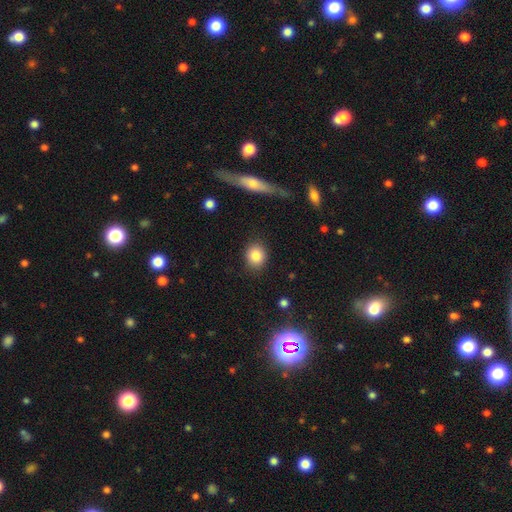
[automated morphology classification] The model was most divided on "how rounded": round: 72%, in between: 27%, cigar-shaped: 1%. More confident: merging — none (88%); smooth or featured — smooth (85%).